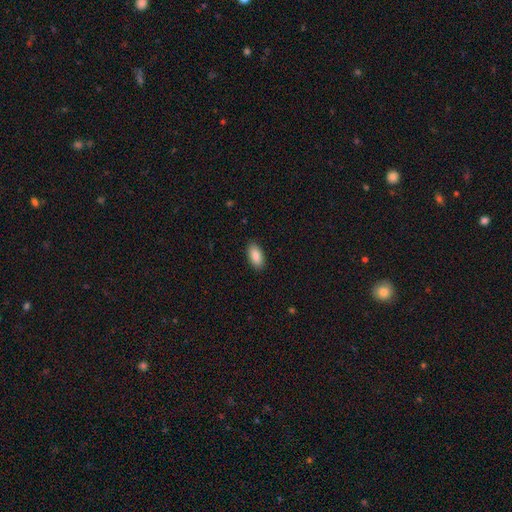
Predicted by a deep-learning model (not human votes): Smooth or featured? Predicted: smooth (p=0.88). How rounded? Predicted: in between (p=0.92). Merging? Predicted: none (p=0.89).